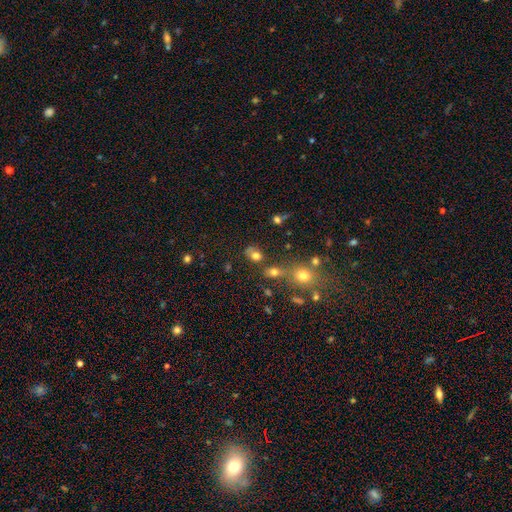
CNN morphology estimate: smooth 74%, star or artifact 15%, featured or disk 11%. Down the decision tree: how rounded — in between (52%); merging — none (53%).